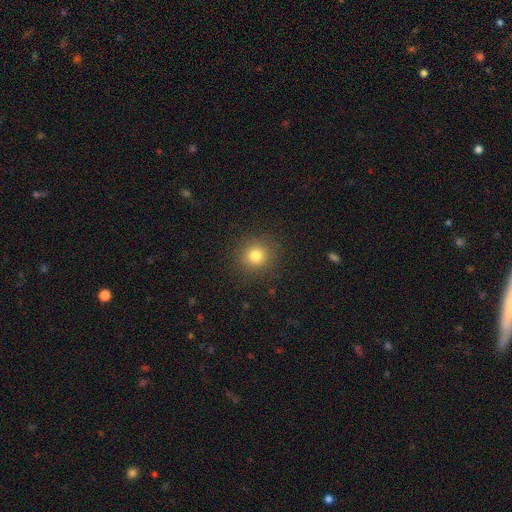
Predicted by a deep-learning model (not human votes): smooth-or-featured: smooth: 79% | star or artifact: 14% | featured or disk: 7%
  how-rounded: round: 91% | in between: 8% | cigar-shaped: 1%
  merging: none: 89% | minor disturbance: 7% | major disturbance: 3% | merger: 1%